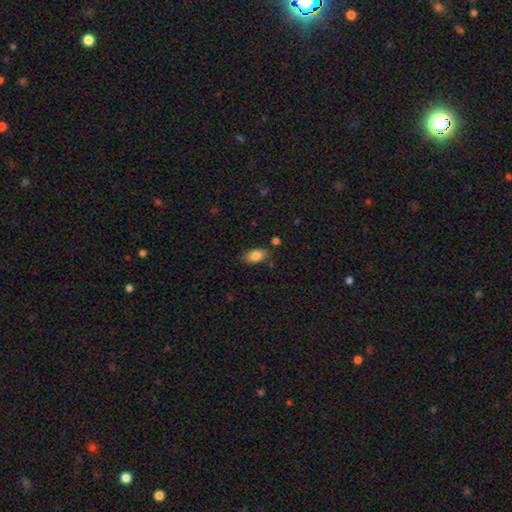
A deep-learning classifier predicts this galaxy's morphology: type=smooth (85%); roundness=in between (89%); merging=none (76%).